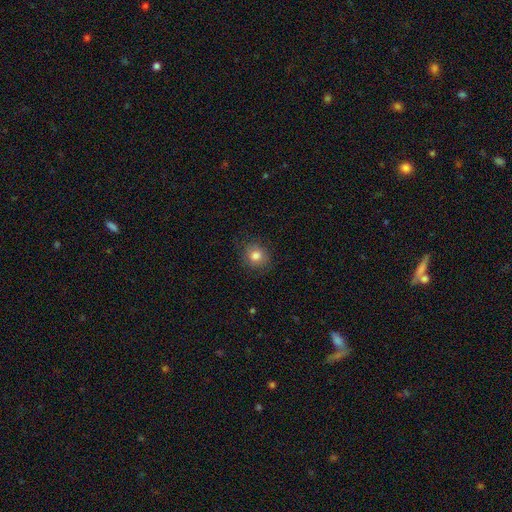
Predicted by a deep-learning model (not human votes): Smooth or featured? smooth (82%)
How rounded? round (83%)
Merging? none (84%)